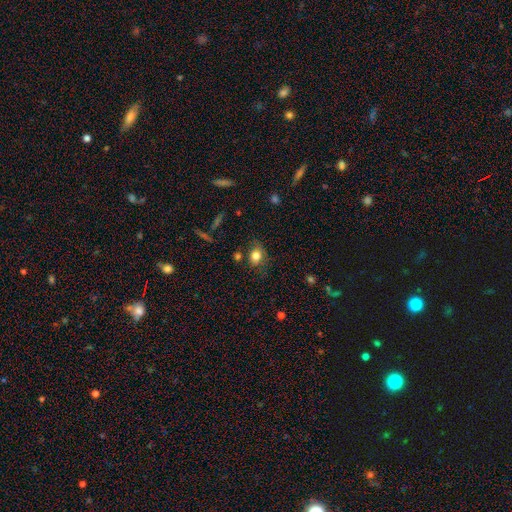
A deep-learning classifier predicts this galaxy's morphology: Smooth or featured? smooth (80%)
How rounded? in between (54%)
Merging? none (68%)